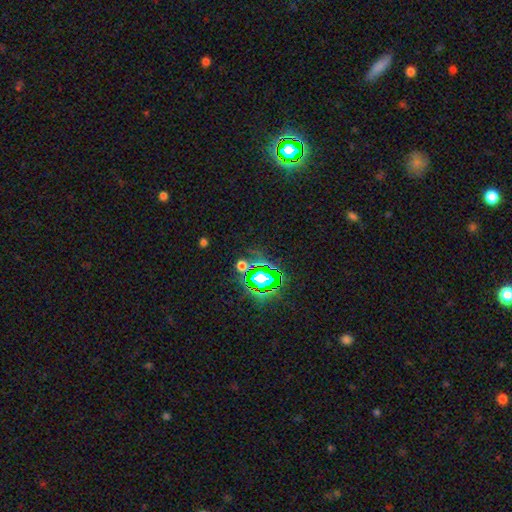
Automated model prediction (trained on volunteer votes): This appears to be a star or artifact, not a galaxy (77%).